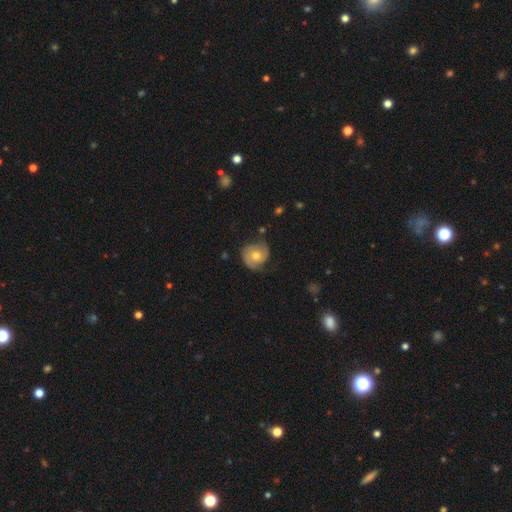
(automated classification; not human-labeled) smooth_or_featured: featured or disk (p=0.61) [alt: smooth p=0.32]
disk_edge_on: no (p=0.97) [alt: yes p=0.03]
bar: no (p=0.79) [alt: weak p=0.18]
has_spiral_arms: yes (p=0.87) [alt: no p=0.13]
spiral_winding: tight (p=0.49) [alt: medium p=0.35]
spiral_arm_count: 2 (p=0.65) [alt: can't tell p=0.16]
bulge_size: moderate (p=0.70) [alt: small p=0.24]
merging: none (p=0.66) [alt: minor disturbance p=0.24]